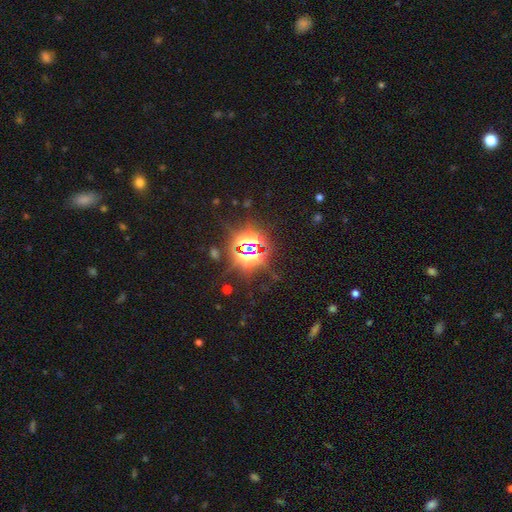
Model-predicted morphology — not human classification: Overall: star or artifact (81%).